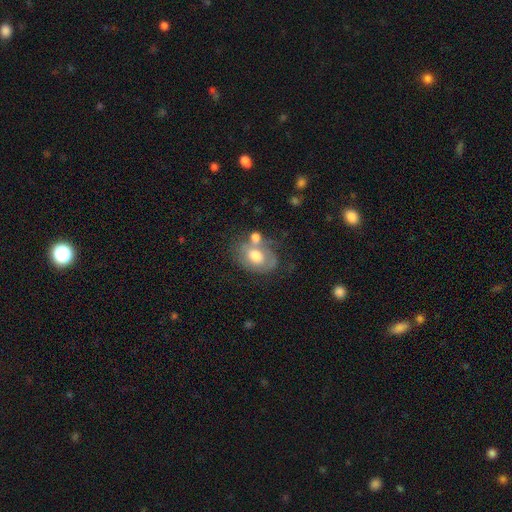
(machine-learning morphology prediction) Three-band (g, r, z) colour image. It shows a smooth galaxy with no disk features (52%) that is in between round and cigar-shaped (72%). Merging: none (36%).